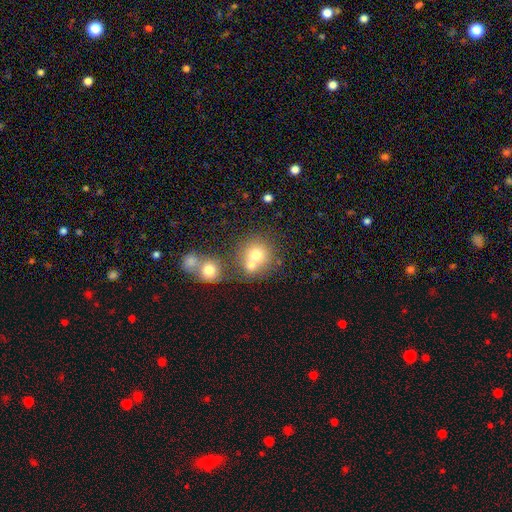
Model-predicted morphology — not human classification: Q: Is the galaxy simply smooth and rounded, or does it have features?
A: smooth — 69%.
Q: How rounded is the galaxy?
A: round — 85%.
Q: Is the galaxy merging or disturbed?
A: merger — 45%.